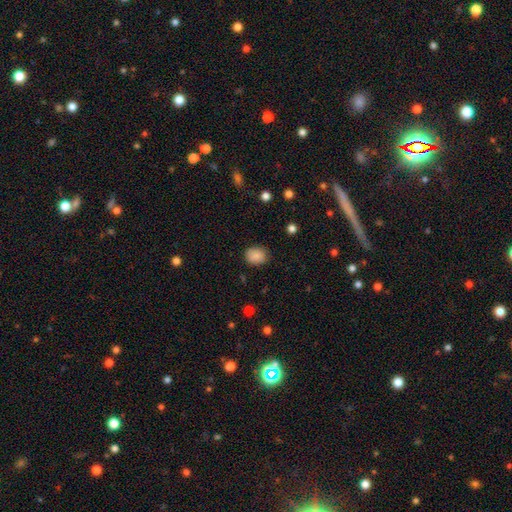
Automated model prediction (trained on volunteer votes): smooth_or_featured: smooth (p=0.86) [alt: star or artifact p=0.09]
how_rounded: in between (p=0.50) [alt: round p=0.49]
merging: none (p=0.82) [alt: minor disturbance p=0.14]